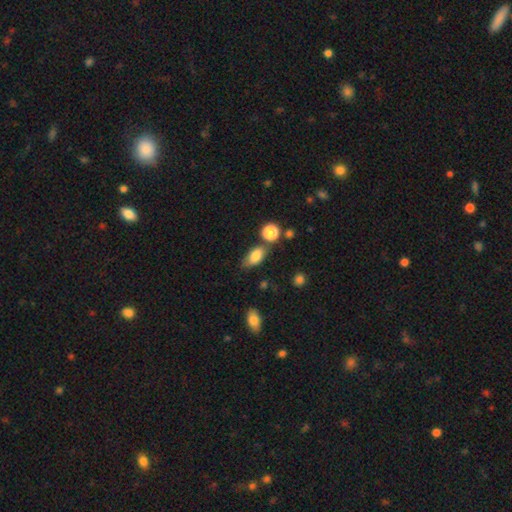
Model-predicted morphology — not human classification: Q: Smooth or featured?
A: smooth (82%); runner-up: featured or disk (9%)
Q: How rounded?
A: in between (86%); runner-up: round (8%)
Q: Merging?
A: none (65%); runner-up: minor disturbance (20%)